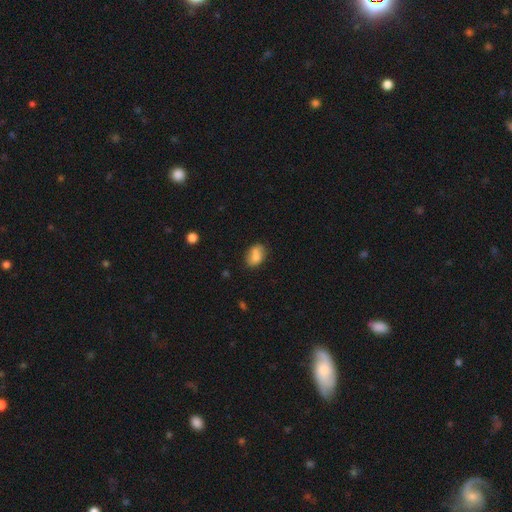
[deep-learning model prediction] The model was most divided on "merging": none: 47%, merger: 26%, minor disturbance: 20%, major disturbance: 6%. More confident: how rounded — in between (76%); smooth or featured — smooth (72%).